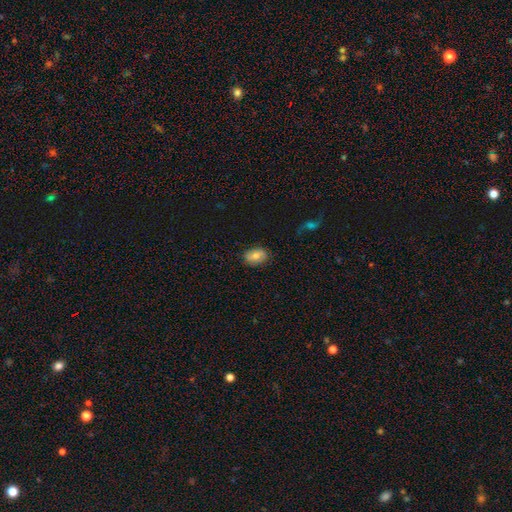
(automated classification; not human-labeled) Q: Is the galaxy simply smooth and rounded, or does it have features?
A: smooth — 69%.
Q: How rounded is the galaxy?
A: in between — 79%.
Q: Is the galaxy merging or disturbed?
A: none — 82%.